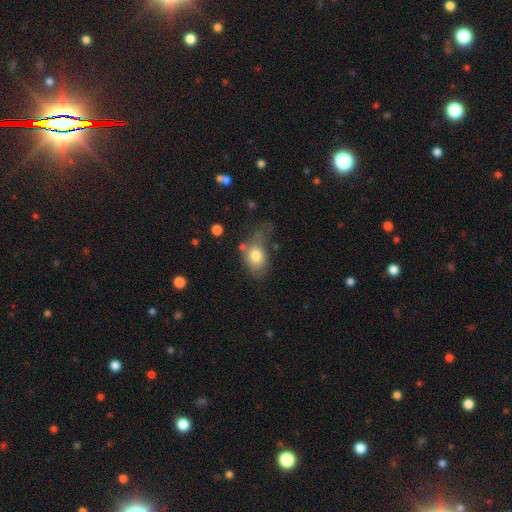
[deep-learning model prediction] smooth_or_featured: smooth (p=0.77) [alt: featured or disk p=0.14]
how_rounded: in between (p=0.76) [alt: round p=0.23]
merging: none (p=0.38) [alt: minor disturbance p=0.31]